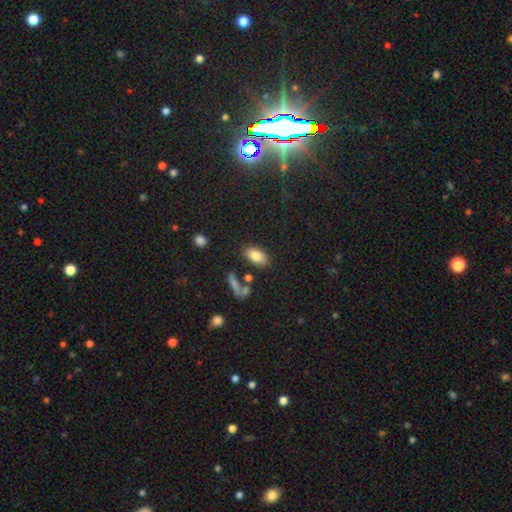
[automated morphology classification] Overall: smooth (82%). How rounded: in between (91%). Merging: none (77%).